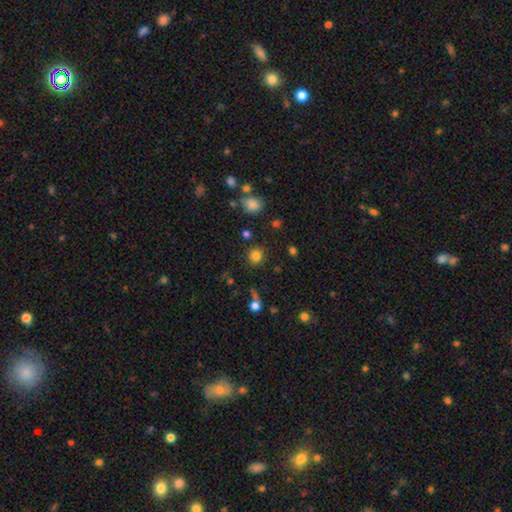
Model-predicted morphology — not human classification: Smooth or featured: smooth — 81% (star or artifact — 13%)
How rounded: round — 89% (in between — 10%)
Merging: none — 85% (minor disturbance — 7%)